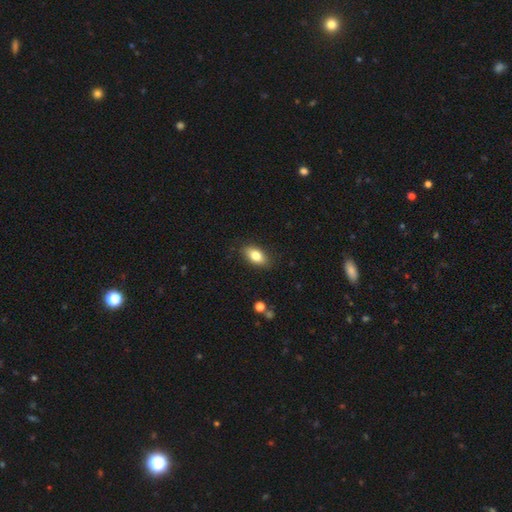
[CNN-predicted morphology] This appears to be a smooth galaxy with no disk features (80%) that is in between round and cigar-shaped (89%). Merging: none (86%).